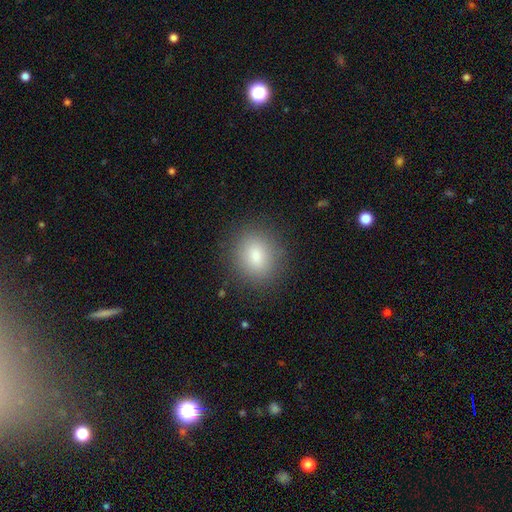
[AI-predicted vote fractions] A smooth galaxy with no disk features (81%) that is round (66%).

Vote fractions:
- Smooth or featured? smooth: 81% / star or artifact: 11% / featured or disk: 8%
- How rounded? round: 66% / in between: 33% / cigar-shaped: 1%
- Merging? none: 88% / minor disturbance: 8% / major disturbance: 3% / merger: 1%